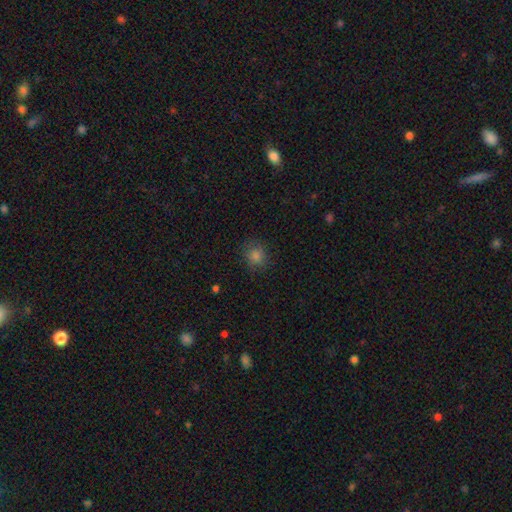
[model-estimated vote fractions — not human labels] A smooth galaxy with no disk features (77%) that is round (83%).

Vote fractions:
- Smooth or featured? smooth: 77% / star or artifact: 17% / featured or disk: 6%
- How rounded? round: 83% / in between: 16% / cigar-shaped: 1%
- Merging? none: 84% / minor disturbance: 11% / major disturbance: 3% / merger: 1%